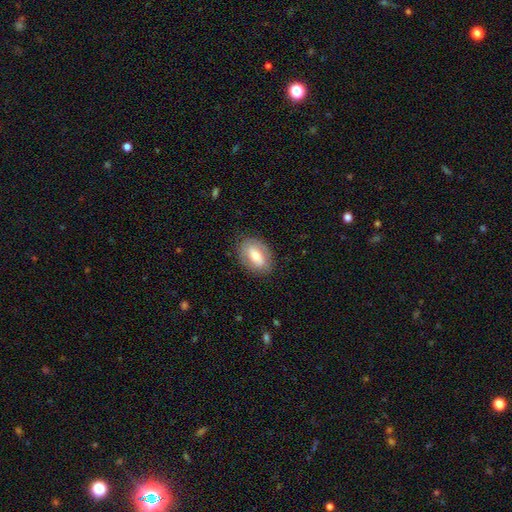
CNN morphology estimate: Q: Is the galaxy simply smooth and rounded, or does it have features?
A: smooth — 59%.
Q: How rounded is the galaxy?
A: in between — 86%.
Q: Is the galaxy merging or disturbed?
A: none — 80%.